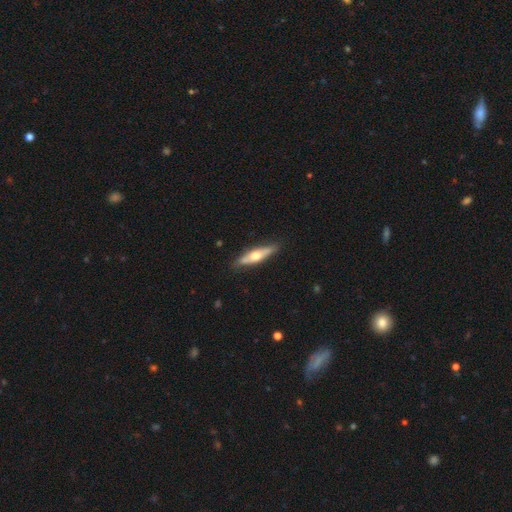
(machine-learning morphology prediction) Q: Smooth or featured?
A: featured or disk (54%); runner-up: smooth (41%)
Q: Edge-on disk?
A: yes (87%); runner-up: no (13%)
Q: Merging?
A: none (85%); runner-up: minor disturbance (11%)